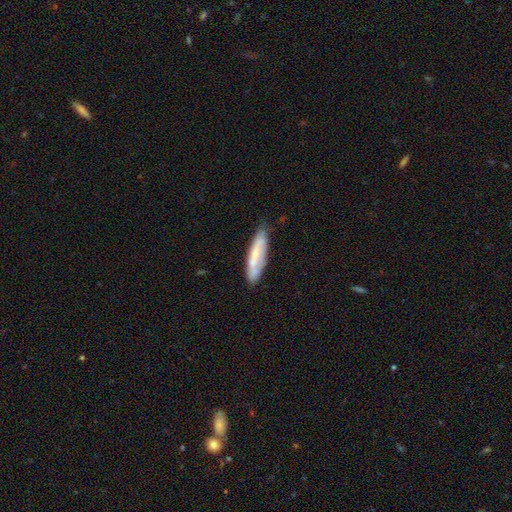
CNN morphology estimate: A smooth galaxy with no disk features (53%) that is cigar-shaped (69%). Merging: none (68%).